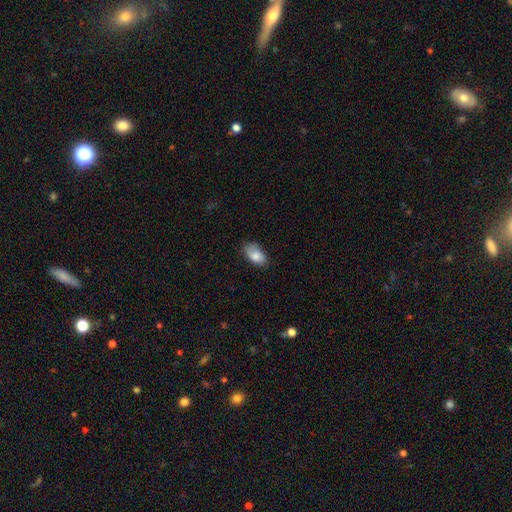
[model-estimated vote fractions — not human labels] smooth-or-featured: smooth: 78% | featured or disk: 15% | star or artifact: 7%
  how-rounded: in between: 92% | round: 7% | cigar-shaped: 2%
  merging: none: 64% | minor disturbance: 28% | major disturbance: 6% | merger: 2%